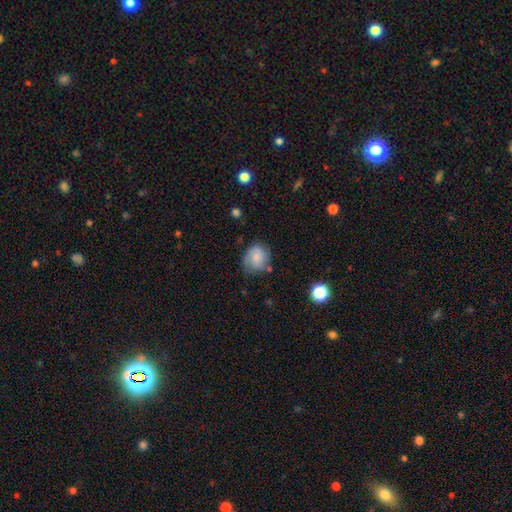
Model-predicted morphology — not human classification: smooth-or-featured: smooth: 69% | featured or disk: 22% | star or artifact: 9%
  how-rounded: round: 69% | in between: 30% | cigar-shaped: 1%
  merging: none: 60% | minor disturbance: 27% | major disturbance: 9% | merger: 4%